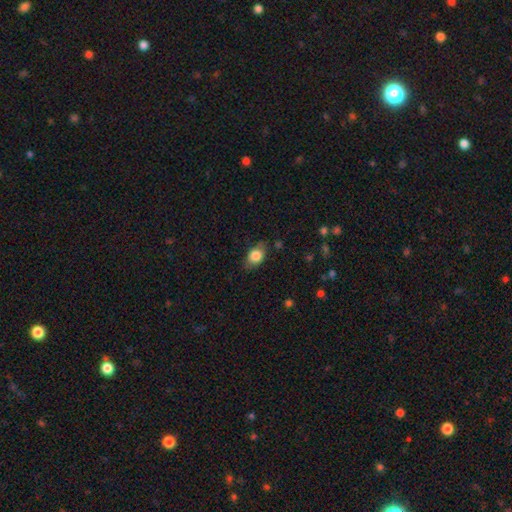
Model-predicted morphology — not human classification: Smooth or featured? smooth (81%)
How rounded? in between (81%)
Merging? none (76%)